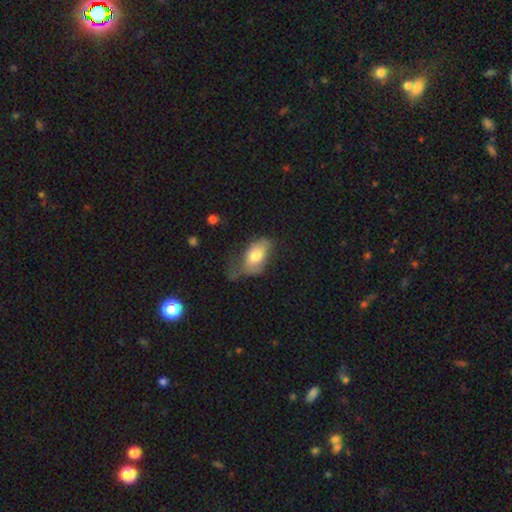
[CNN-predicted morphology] Smooth or featured: smooth — 71% (featured or disk — 22%)
How rounded: in between — 91% (round — 5%)
Merging: minor disturbance — 34% (major disturbance — 31%)